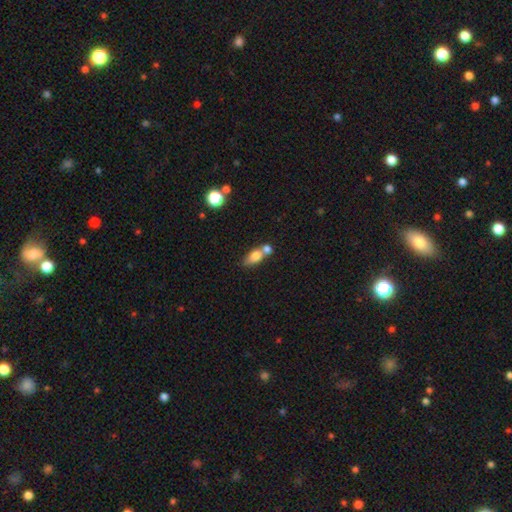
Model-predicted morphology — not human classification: Smooth or featured? Predicted: smooth (p=0.75). How rounded? Predicted: in between (p=0.75). Merging? Predicted: merger (p=0.49).